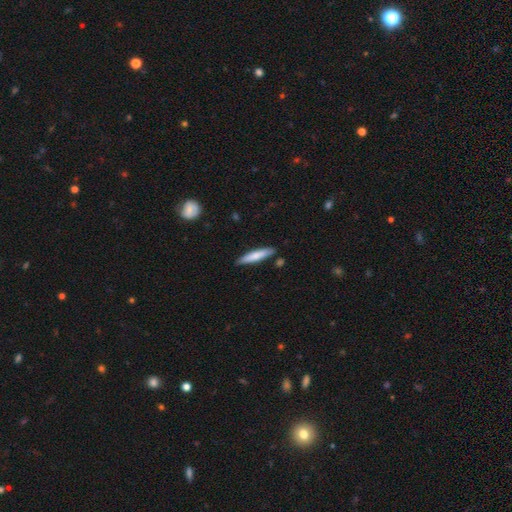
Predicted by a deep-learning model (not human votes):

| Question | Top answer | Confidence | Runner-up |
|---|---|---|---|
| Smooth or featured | smooth | 71% | featured or disk (23%) |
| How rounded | cigar-shaped | 87% | in between (12%) |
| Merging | none | 85% | minor disturbance (11%) |